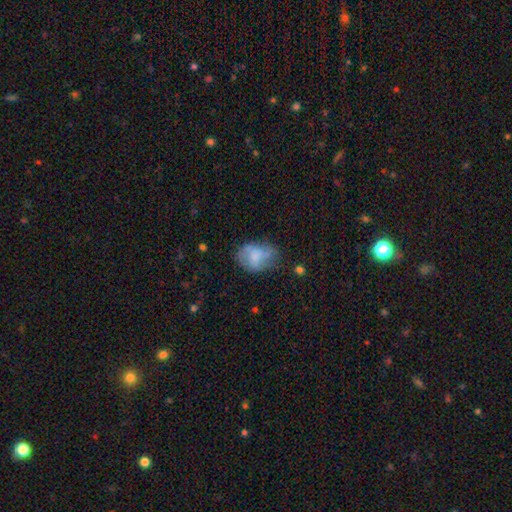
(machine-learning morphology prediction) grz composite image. It shows a smooth galaxy with no disk features (58%) that is in between round and cigar-shaped (75%). Merging: none (43%).